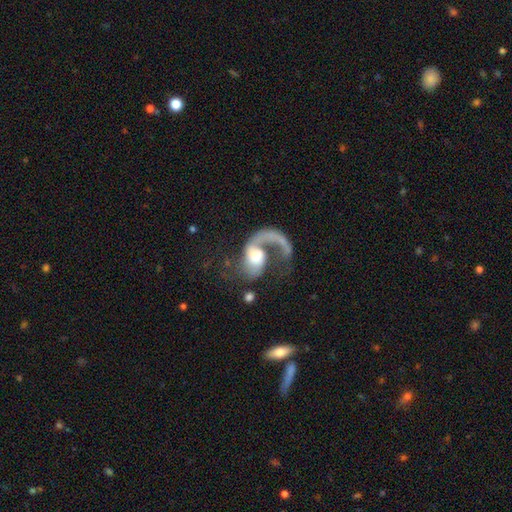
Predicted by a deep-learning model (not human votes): featured or disk 77%, smooth 17%, star or artifact 6%. Down the decision tree: edge-on disk — no (97%); bar — no (64%); spiral arms — yes (90%); spiral arm count — 1 (79%); spiral winding — loose (74%); bulge size — moderate (49%); merging — major disturbance (54%).